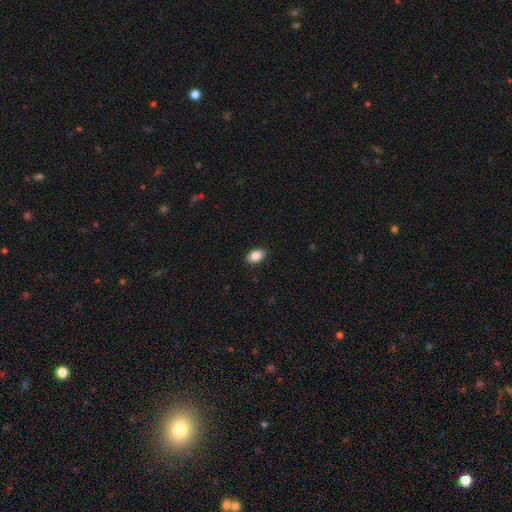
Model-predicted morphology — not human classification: smooth_or_featured: smooth (p=0.83) [alt: featured or disk p=0.09]
how_rounded: in between (p=0.88) [alt: round p=0.09]
merging: none (p=0.88) [alt: minor disturbance p=0.09]